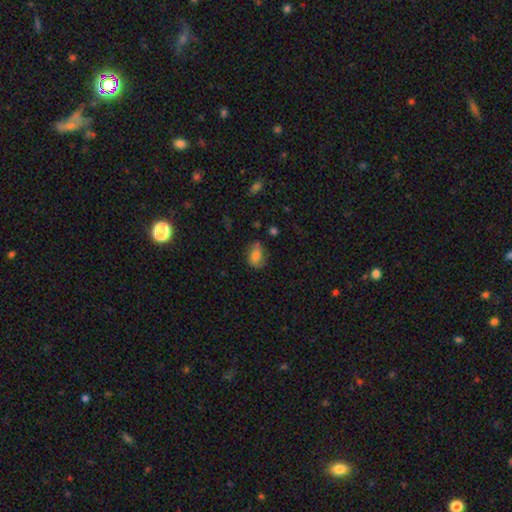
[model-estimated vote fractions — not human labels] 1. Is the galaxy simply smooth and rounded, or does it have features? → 73% smooth, 18% featured or disk, 10% star or artifact.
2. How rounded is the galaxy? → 77% in between, 20% round, 3% cigar-shaped.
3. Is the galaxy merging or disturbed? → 67% none, 24% minor disturbance, 6% major disturbance, 2% merger.